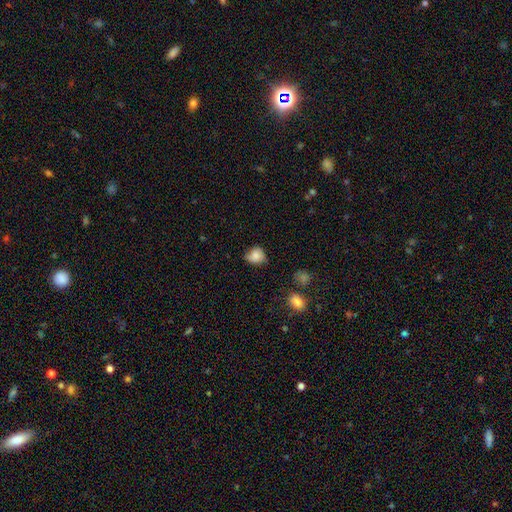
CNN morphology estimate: smooth 79%, featured or disk 12%, star or artifact 9%. Down the decision tree: how rounded — round (67%); merging — none (55%).